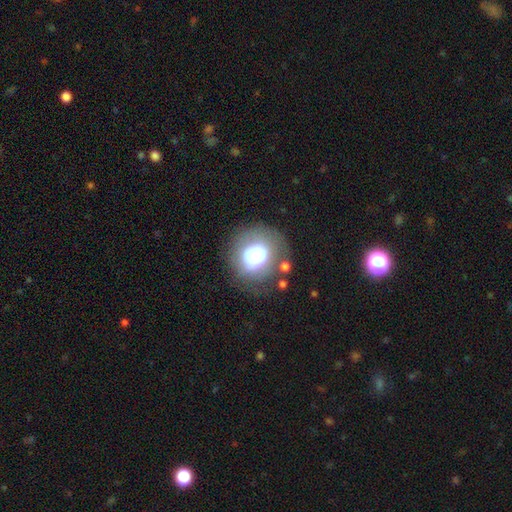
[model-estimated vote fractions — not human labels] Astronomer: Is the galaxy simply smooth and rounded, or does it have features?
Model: smooth — 73%.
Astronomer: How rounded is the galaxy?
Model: round — 83%.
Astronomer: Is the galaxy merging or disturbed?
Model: none — 69%.